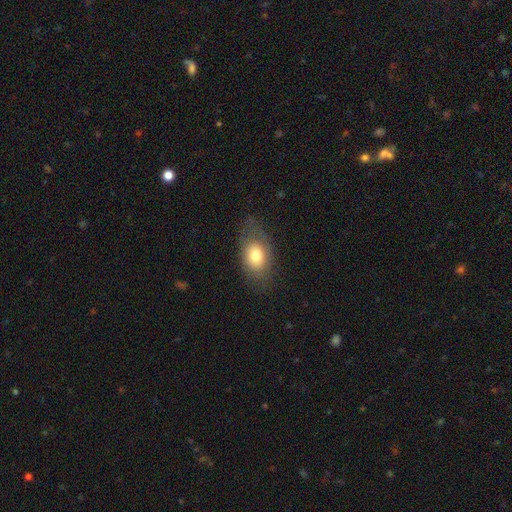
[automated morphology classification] Q: Smooth or featured?
A: smooth (75%); runner-up: featured or disk (17%)
Q: How rounded?
A: in between (81%); runner-up: round (17%)
Q: Merging?
A: none (70%); runner-up: minor disturbance (20%)